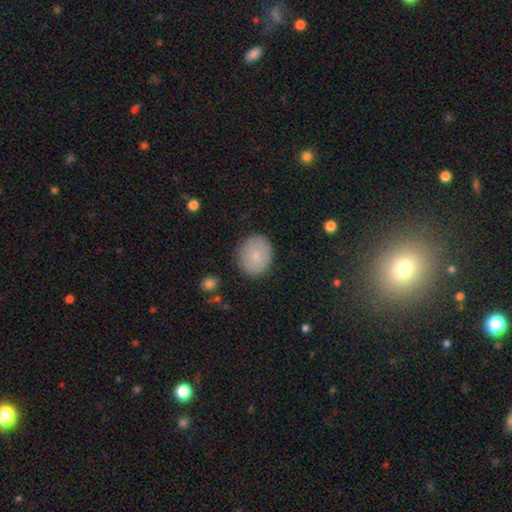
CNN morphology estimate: Q: Smooth or featured?
A: smooth (79%); runner-up: featured or disk (13%)
Q: How rounded?
A: round (65%); runner-up: in between (34%)
Q: Merging?
A: none (86%); runner-up: minor disturbance (10%)